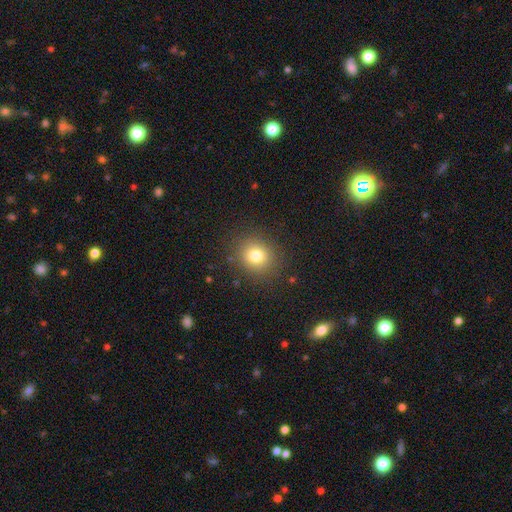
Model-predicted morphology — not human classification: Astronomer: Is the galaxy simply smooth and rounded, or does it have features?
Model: smooth — 78%.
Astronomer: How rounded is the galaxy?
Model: round — 78%.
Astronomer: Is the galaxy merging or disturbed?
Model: none — 87%.